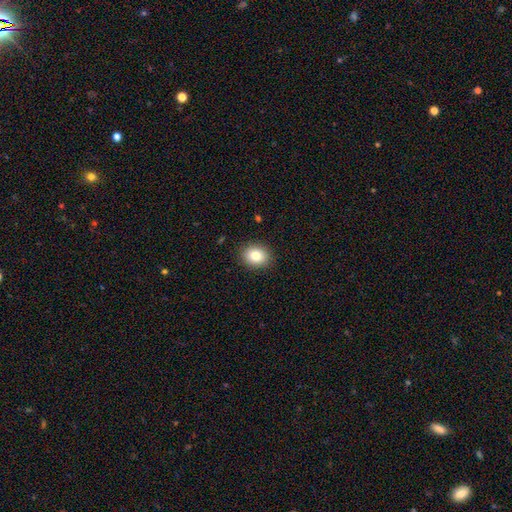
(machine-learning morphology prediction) Overall: smooth (82%). How rounded: round (53%; in between 46%). Merging: none (89%).